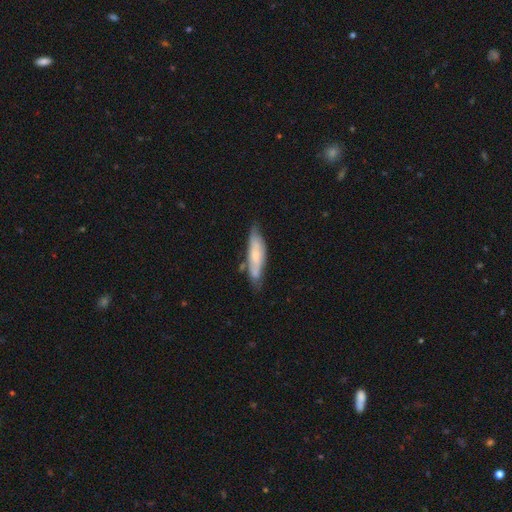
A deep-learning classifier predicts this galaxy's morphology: A smooth galaxy with no disk features (49%).

Vote fractions:
- Smooth or featured? smooth: 49% / featured or disk: 45% / star or artifact: 6%
- Merging? none: 60% / minor disturbance: 26% / merger: 8% / major disturbance: 6%